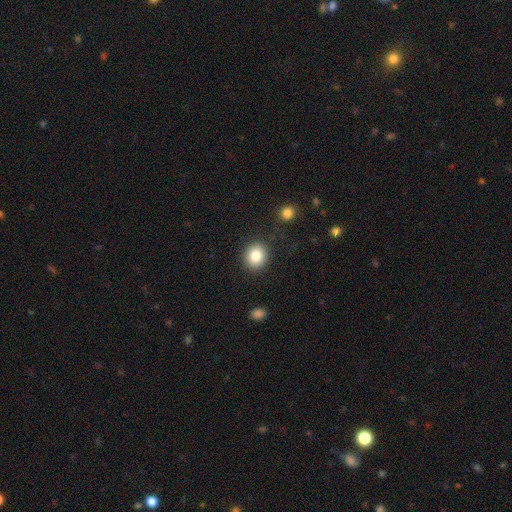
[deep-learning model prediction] This is clearly a smooth galaxy (84%). How rounded: likely round (73%). Merging: clearly none (87%).